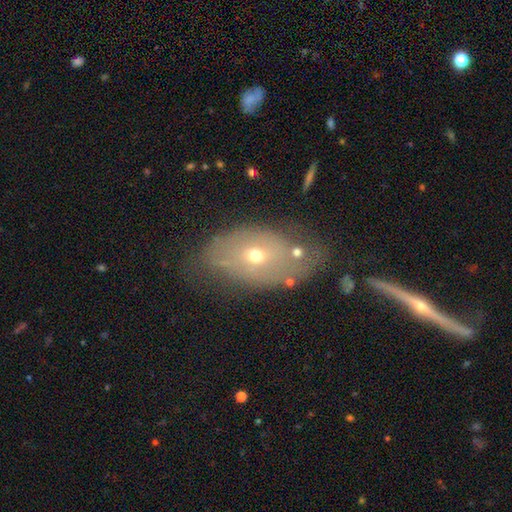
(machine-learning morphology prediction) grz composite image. It shows a featured or disk galaxy (47%). Merging: none (55%).